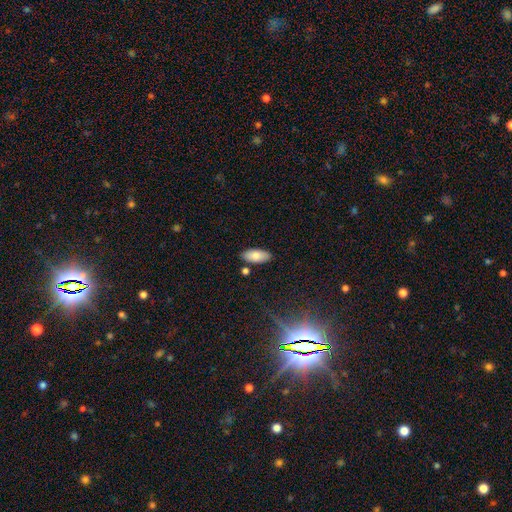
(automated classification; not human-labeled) smooth-or-featured: smooth: 81% | featured or disk: 11% | star or artifact: 7%
  how-rounded: in between: 90% | cigar-shaped: 8% | round: 2%
  merging: none: 84% | minor disturbance: 10% | merger: 4% | major disturbance: 2%